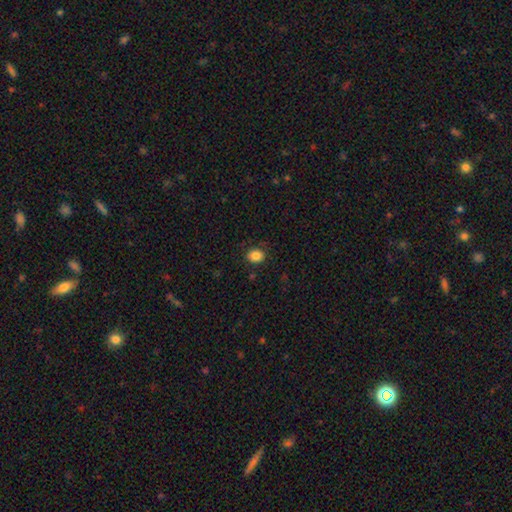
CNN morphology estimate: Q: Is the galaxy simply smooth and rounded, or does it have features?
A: smooth — 85%.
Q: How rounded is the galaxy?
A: in between — 50%, tied with round.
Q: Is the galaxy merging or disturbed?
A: none — 82%.